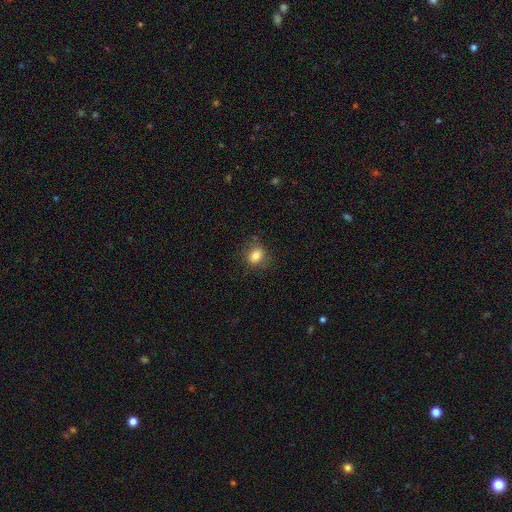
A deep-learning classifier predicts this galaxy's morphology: This appears to be a smooth galaxy with no disk features (82%) that is in between round and cigar-shaped (60%). Merging: none (79%).